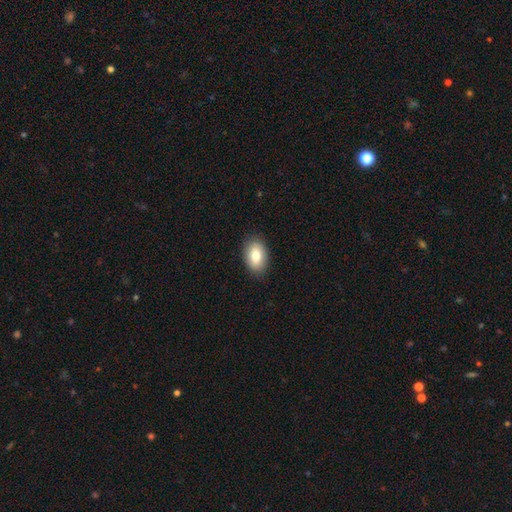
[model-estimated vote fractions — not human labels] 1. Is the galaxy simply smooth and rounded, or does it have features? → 81% smooth, 12% featured or disk, 7% star or artifact.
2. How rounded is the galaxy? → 88% in between, 11% round, 1% cigar-shaped.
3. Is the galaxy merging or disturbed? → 88% none, 9% minor disturbance, 2% major disturbance, 1% merger.